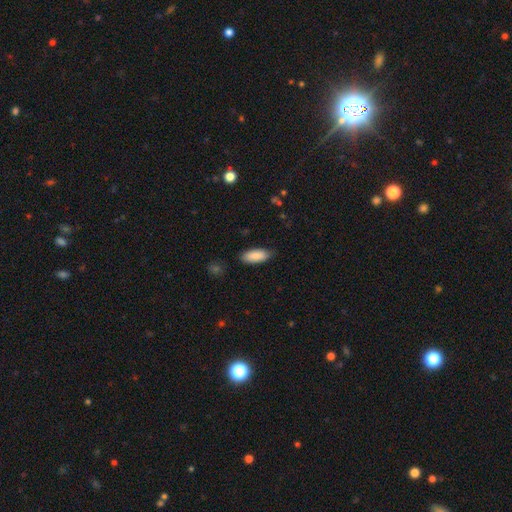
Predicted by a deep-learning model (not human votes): A smooth galaxy with no disk features (89%) that is in between round and cigar-shaped (84%).

Vote fractions:
- Smooth or featured? smooth: 89% / star or artifact: 6% / featured or disk: 6%
- How rounded? in between: 84% / cigar-shaped: 15% / round: 2%
- Merging? none: 82% / minor disturbance: 14% / major disturbance: 3% / merger: 1%